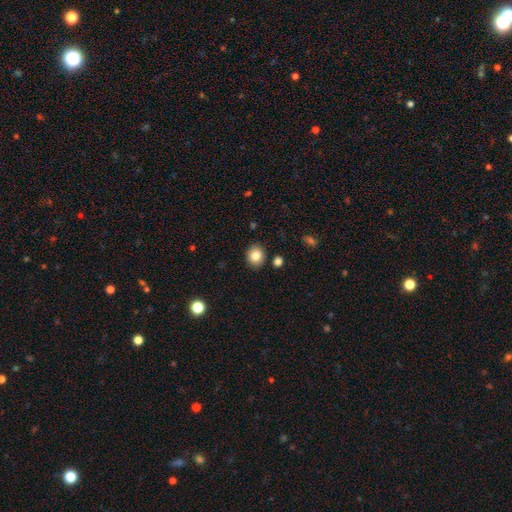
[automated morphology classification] Smooth or featured?
  - smooth: 84% *
  - star or artifact: 9%
  - featured or disk: 7%
How rounded?
  - round: 67% *
  - in between: 32%
  - cigar-shaped: 1%
Merging?
  - none: 87% *
  - minor disturbance: 8%
  - merger: 3%
  - major disturbance: 2%